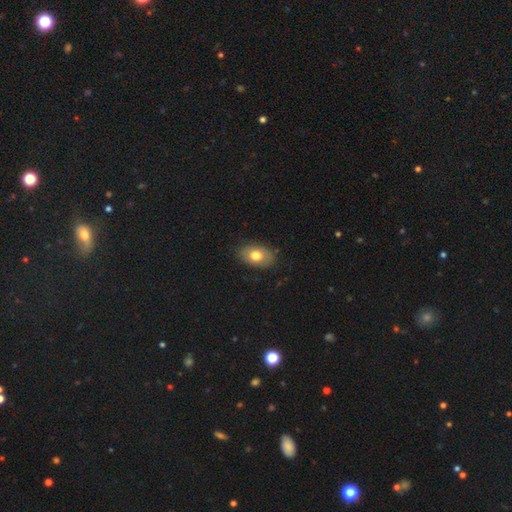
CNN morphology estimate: type=smooth (74%); roundness=in between (87%); merging=none (82%).